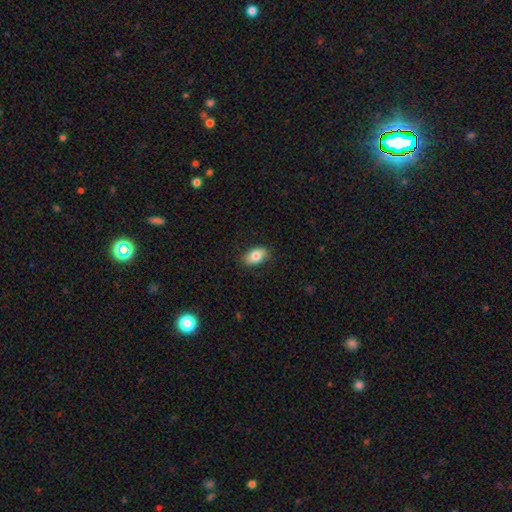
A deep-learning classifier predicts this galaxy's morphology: A smooth galaxy with no disk features (81%) that is in between round and cigar-shaped (90%). Merging: none (86%).